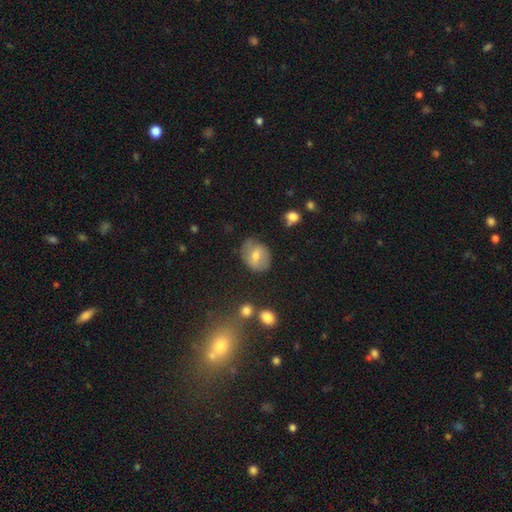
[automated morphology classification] Smooth or featured? Predicted: smooth (p=0.58). How rounded? Predicted: in between (p=0.50). Merging? Predicted: none (p=0.74).